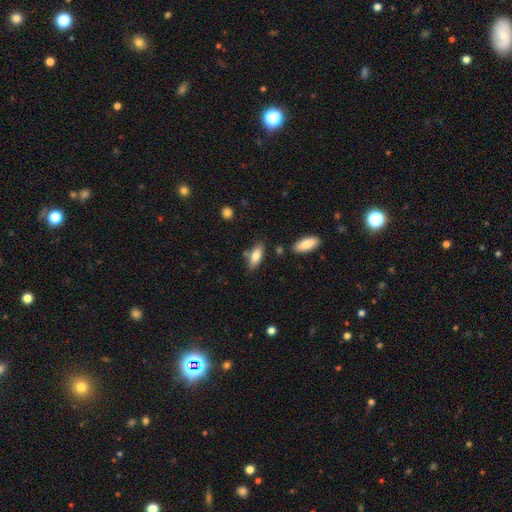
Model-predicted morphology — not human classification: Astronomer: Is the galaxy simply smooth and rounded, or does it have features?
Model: smooth — 78%.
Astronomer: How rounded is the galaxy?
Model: in between — 73%.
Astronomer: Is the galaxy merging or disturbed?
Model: none — 73%.